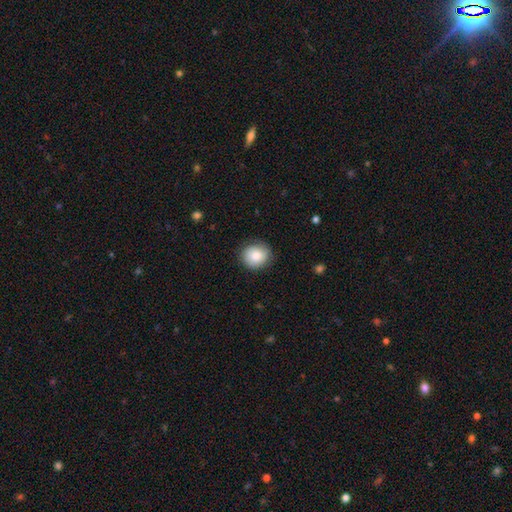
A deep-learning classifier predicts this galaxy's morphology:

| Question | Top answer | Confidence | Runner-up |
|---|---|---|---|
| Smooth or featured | smooth | 82% | featured or disk (10%) |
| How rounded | round | 85% | in between (14%) |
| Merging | none | 85% | minor disturbance (11%) |